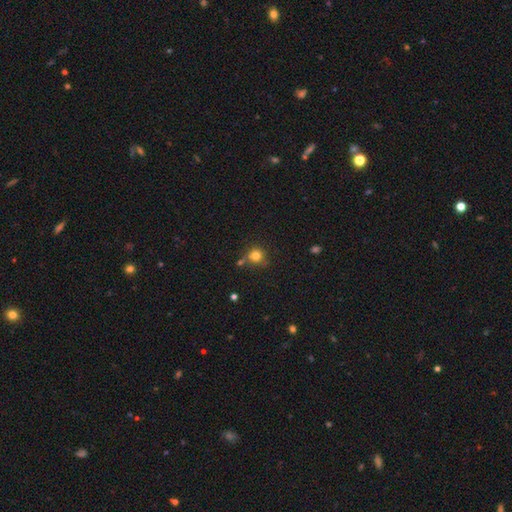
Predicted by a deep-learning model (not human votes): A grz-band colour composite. It shows a smooth galaxy with no disk features (79%) that is round (90%). Merging: none (65%).